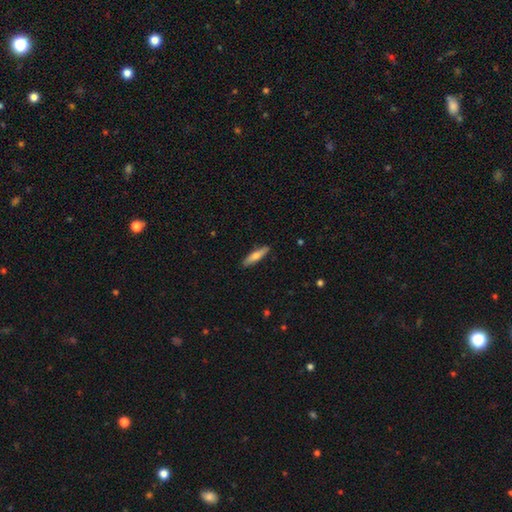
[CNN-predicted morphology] Q: Smooth or featured?
A: smooth (66%); runner-up: featured or disk (28%)
Q: How rounded?
A: cigar-shaped (77%); runner-up: in between (21%)
Q: Merging?
A: none (90%); runner-up: minor disturbance (8%)